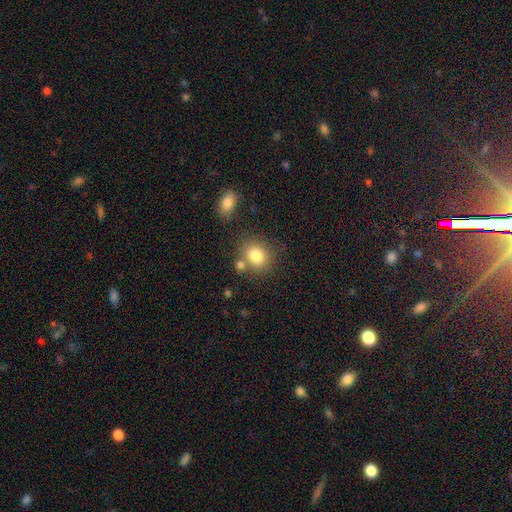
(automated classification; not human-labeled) A smooth galaxy with no disk features (82%) that is round (63%).

Vote fractions:
- Smooth or featured? smooth: 82% / star or artifact: 10% / featured or disk: 8%
- How rounded? round: 63% / in between: 36% / cigar-shaped: 1%
- Merging? none: 66% / merger: 18% / minor disturbance: 12% / major disturbance: 4%